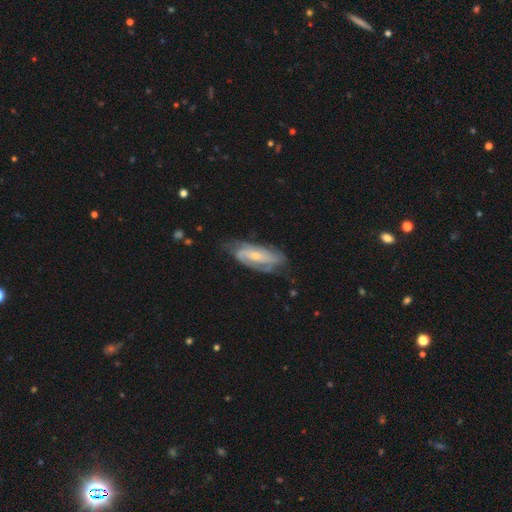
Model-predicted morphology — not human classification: Smooth or featured?
  - featured or disk: 77% *
  - smooth: 18%
  - star or artifact: 6%
Edge-on disk?
  - no: 91% *
  - yes: 9%
Bar?
  - no: 47% *
  - weak: 35%
  - strong: 17%
Spiral arms?
  - yes: 91% *
  - no: 9%
Spiral winding?
  - tight: 42% *
  - medium: 40%
  - loose: 17%
Spiral arm count?
  - 2: 57% *
  - can't tell: 24%
  - 3: 9%
  - 1: 4%
  - 4: 3%
  - more than 4: 2%
Bulge size?
  - small: 59% *
  - moderate: 37%
  - none: 2%
  - large: 2%
  - dominant: 1%
Merging?
  - none: 62% *
  - minor disturbance: 26%
  - major disturbance: 10%
  - merger: 2%